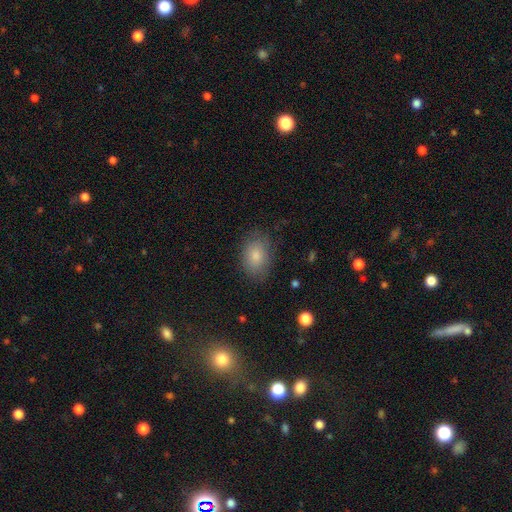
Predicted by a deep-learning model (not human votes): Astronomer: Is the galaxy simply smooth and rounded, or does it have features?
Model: smooth — 82%.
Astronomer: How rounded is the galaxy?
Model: in between — 78%.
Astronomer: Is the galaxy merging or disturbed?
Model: none — 78%.